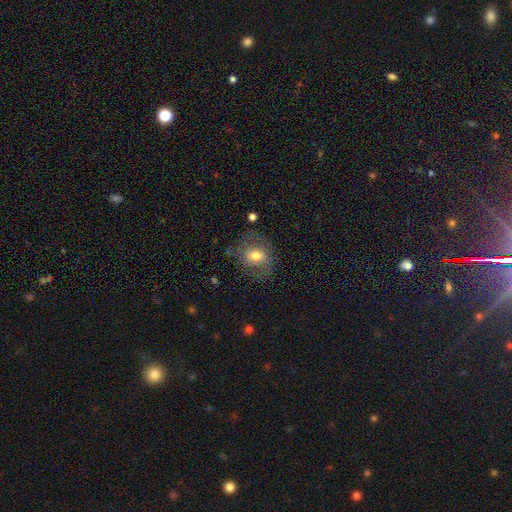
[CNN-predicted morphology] Q: Smooth or featured?
A: smooth (53%); runner-up: featured or disk (39%)
Q: How rounded?
A: round (54%); runner-up: in between (45%)
Q: Merging?
A: none (58%); runner-up: minor disturbance (23%)